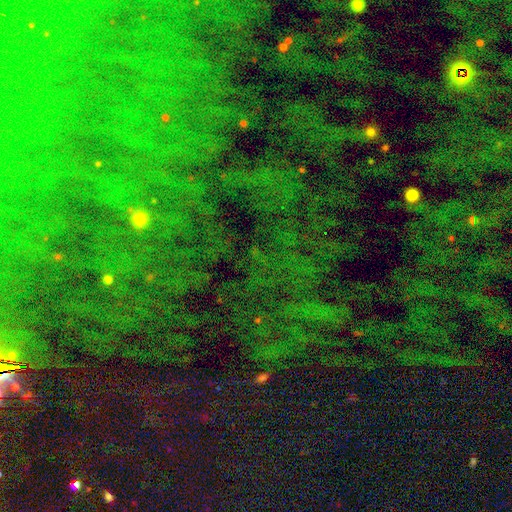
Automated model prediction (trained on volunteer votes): Overall: star or artifact (77%).